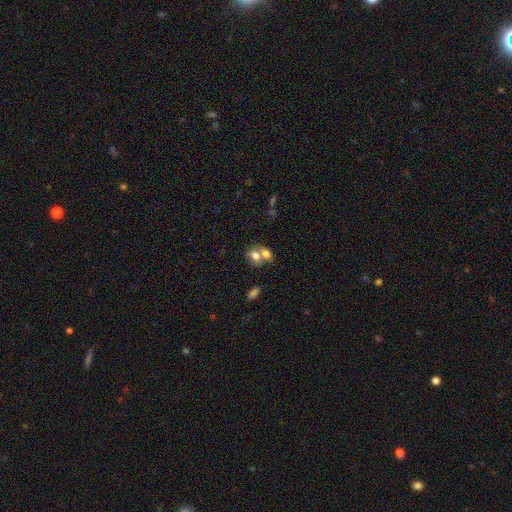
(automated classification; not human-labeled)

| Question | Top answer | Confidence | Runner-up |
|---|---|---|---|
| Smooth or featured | smooth | 72% | featured or disk (18%) |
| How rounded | in between | 58% | round (40%) |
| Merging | merger | 60% | none (28%) |